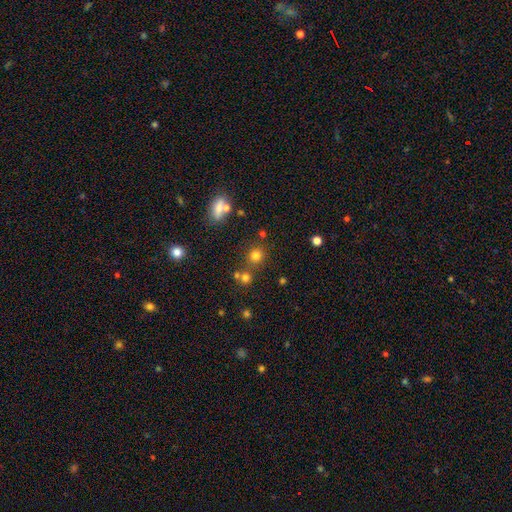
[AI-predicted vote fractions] This appears to be a smooth galaxy with no disk features (74%) that is round (84%). Merging: none (73%).